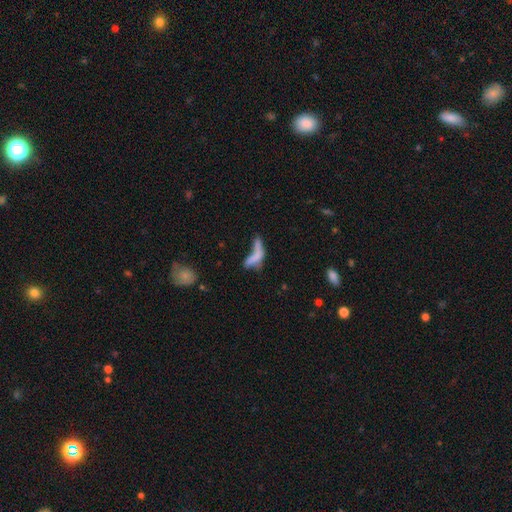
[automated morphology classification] Overall: smooth (57%; featured or disk 30%). How rounded: in between (52%; cigar-shaped 43%). Merging: major disturbance (32%; merger 31%).